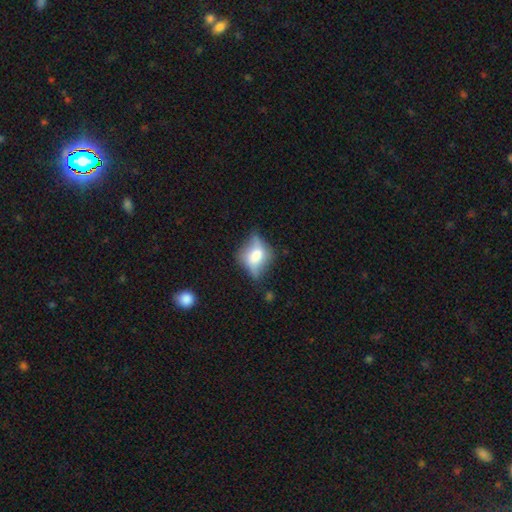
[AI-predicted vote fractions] Overall: featured or disk (47%; smooth 43%). Merging: none (48%; minor disturbance 30%).